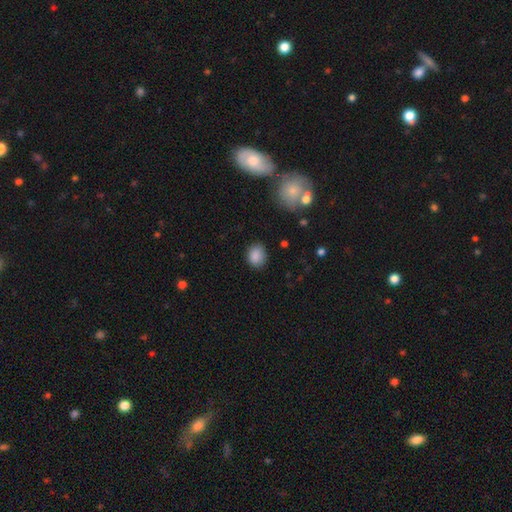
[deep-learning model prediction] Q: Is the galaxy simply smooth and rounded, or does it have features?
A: smooth — 87%.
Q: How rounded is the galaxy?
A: round — 52%.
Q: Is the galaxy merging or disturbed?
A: none — 80%.